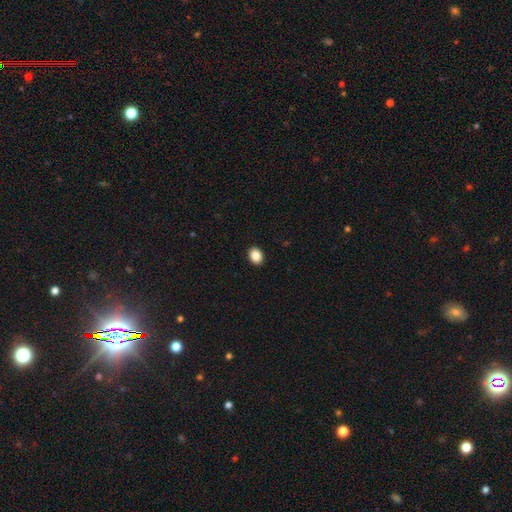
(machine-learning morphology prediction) type=smooth (88%); roundness=in between (64%); merging=none (92%).